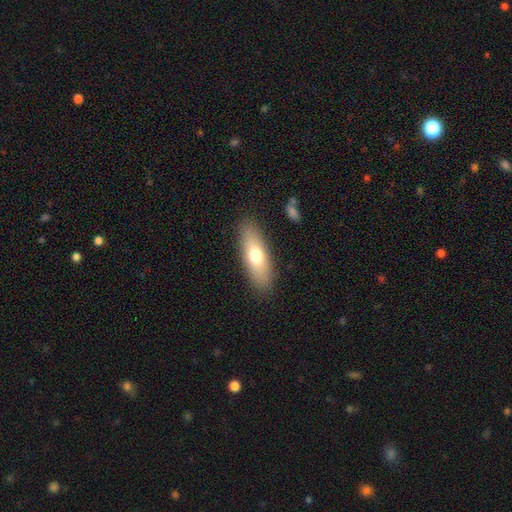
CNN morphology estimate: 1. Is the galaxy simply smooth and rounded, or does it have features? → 69% smooth, 24% featured or disk, 7% star or artifact.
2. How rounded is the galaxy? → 60% in between, 37% cigar-shaped, 3% round.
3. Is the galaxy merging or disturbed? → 87% none, 9% minor disturbance, 3% major disturbance, 1% merger.